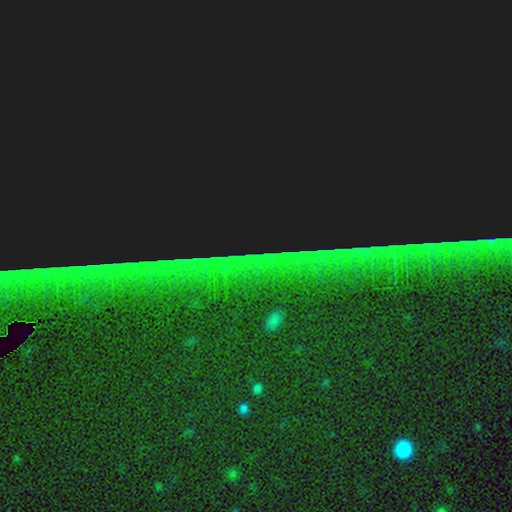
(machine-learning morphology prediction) Smooth or featured? star or artifact (84%)